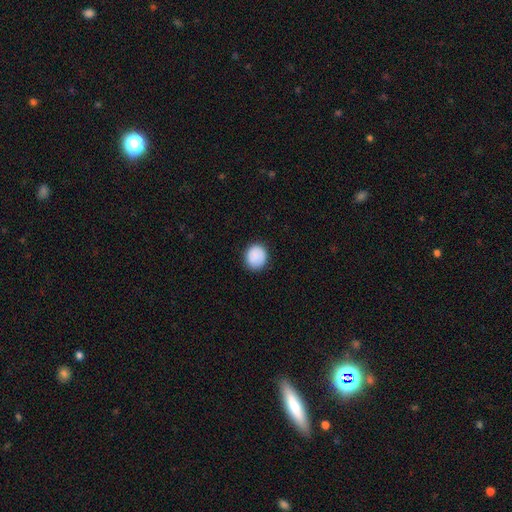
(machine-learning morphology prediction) Smooth or featured? smooth (89%)
How rounded? round (80%)
Merging? none (88%)